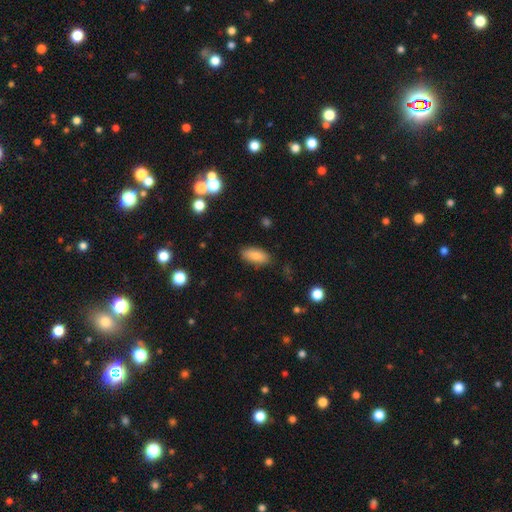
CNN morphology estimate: A smooth galaxy with no disk features (84%) that is in between round and cigar-shaped (85%).

Vote fractions:
- Smooth or featured? smooth: 84% / featured or disk: 8% / star or artifact: 8%
- How rounded? in between: 85% / cigar-shaped: 13% / round: 3%
- Merging? none: 84% / minor disturbance: 12% / major disturbance: 3% / merger: 2%